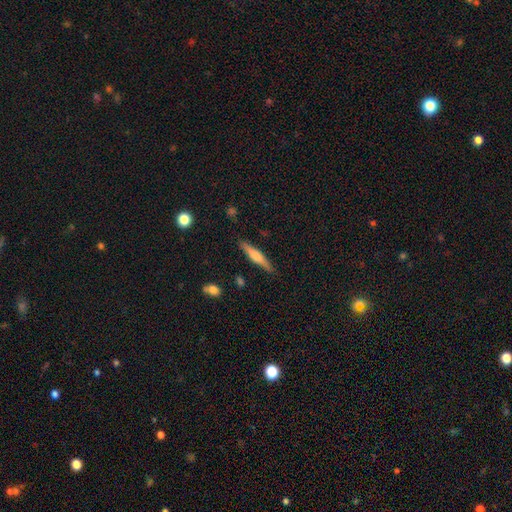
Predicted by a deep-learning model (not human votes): smooth-or-featured: featured or disk: 48% | smooth: 46% | star or artifact: 6%
  merging: none: 87% | minor disturbance: 9% | major disturbance: 2% | merger: 2%